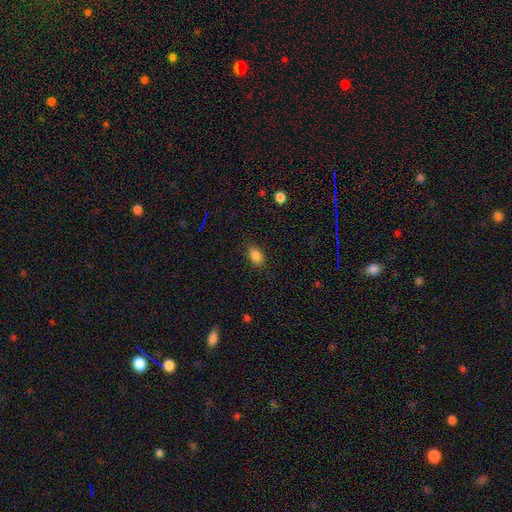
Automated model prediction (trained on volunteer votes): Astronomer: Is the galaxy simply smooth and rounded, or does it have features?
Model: smooth — 85%.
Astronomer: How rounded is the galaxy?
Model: in between — 87%.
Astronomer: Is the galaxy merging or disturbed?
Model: none — 84%.